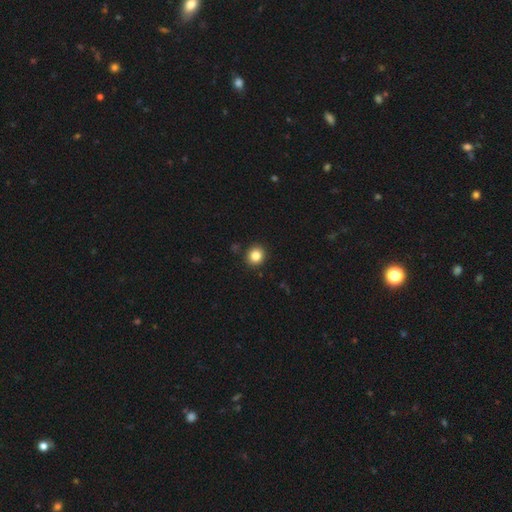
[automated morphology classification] Smooth or featured?
  - smooth: 84% *
  - star or artifact: 11%
  - featured or disk: 5%
How rounded?
  - round: 86% *
  - in between: 13%
  - cigar-shaped: 1%
Merging?
  - none: 91% *
  - minor disturbance: 6%
  - major disturbance: 2%
  - merger: 2%